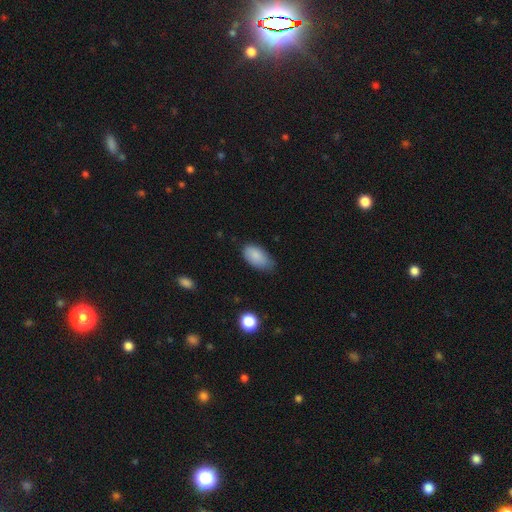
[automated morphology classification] This appears to be a smooth galaxy with no disk features (86%) that is in between round and cigar-shaped (93%). Merging: none (58%).